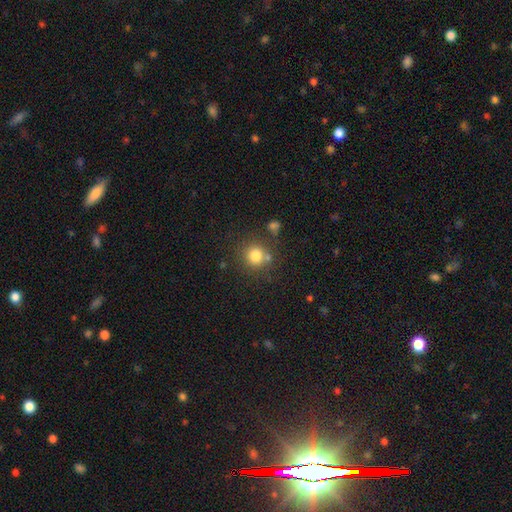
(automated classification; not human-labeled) Smooth or featured: smooth — 79% (star or artifact — 13%)
How rounded: round — 90% (in between — 9%)
Merging: none — 71% (merger — 13%)